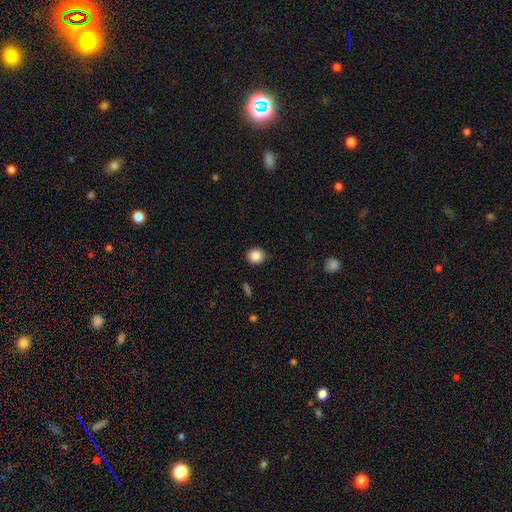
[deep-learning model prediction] This is clearly a smooth galaxy (85%). How rounded: clearly round (83%). Merging: clearly none (87%).